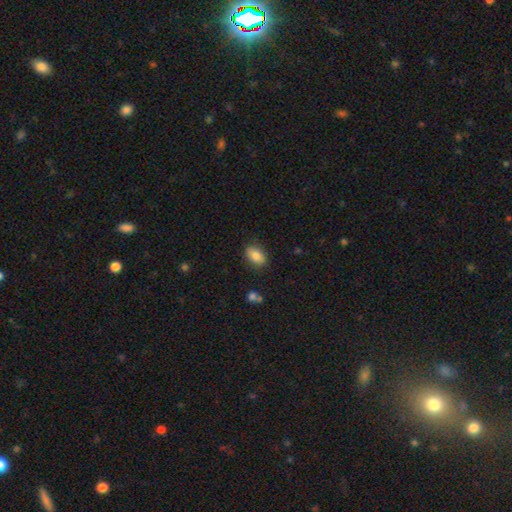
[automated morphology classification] Q: Smooth or featured?
A: smooth (85%); runner-up: star or artifact (8%)
Q: How rounded?
A: in between (88%); runner-up: round (10%)
Q: Merging?
A: none (85%); runner-up: minor disturbance (11%)